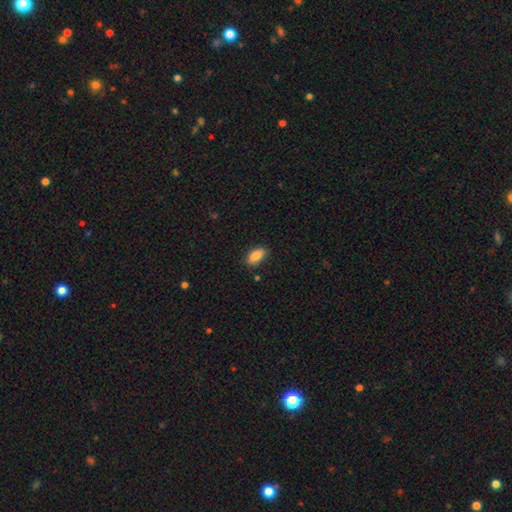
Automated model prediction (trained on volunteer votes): This is clearly a smooth galaxy (86%). How rounded: clearly in between (89%). Merging: clearly none (84%).